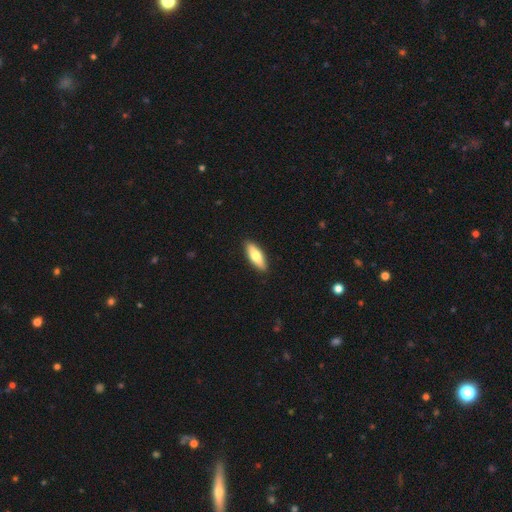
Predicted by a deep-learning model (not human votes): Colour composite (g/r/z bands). It shows a smooth galaxy with no disk features (73%) that is in between round and cigar-shaped (63%). Merging: none (90%).